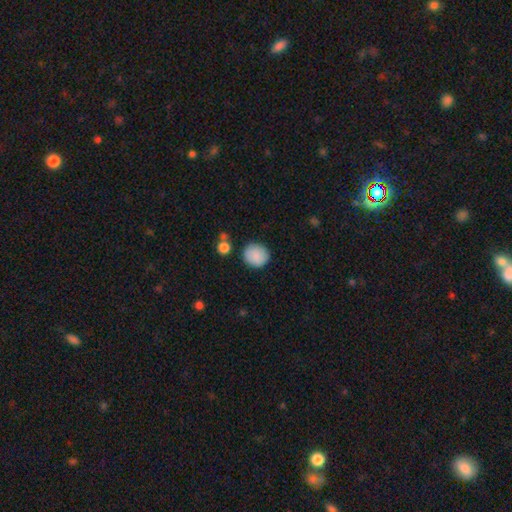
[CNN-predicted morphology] A smooth galaxy with no disk features (87%) that is round (86%). Merging: none (84%).